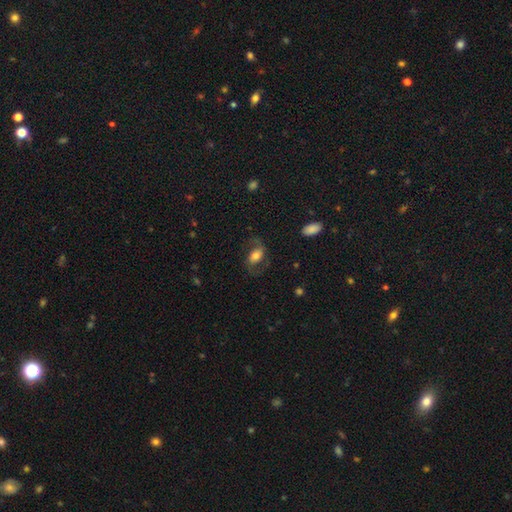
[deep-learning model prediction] The model was most divided on "bar": no: 41%, weak: 35%, strong: 24%. More confident: edge-on disk — no (95%); spiral arms — yes (86%); merging — none (65%); smooth or featured — featured or disk (56%); bulge size — moderate (53%).